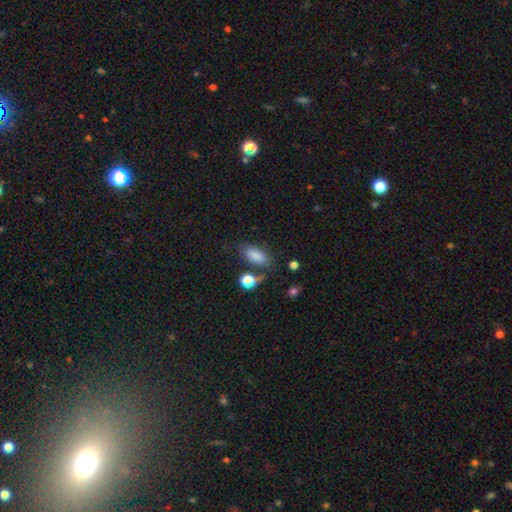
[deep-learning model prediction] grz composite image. It shows a smooth galaxy with no disk features (80%) that is in between round and cigar-shaped (87%). Merging: none (58%).